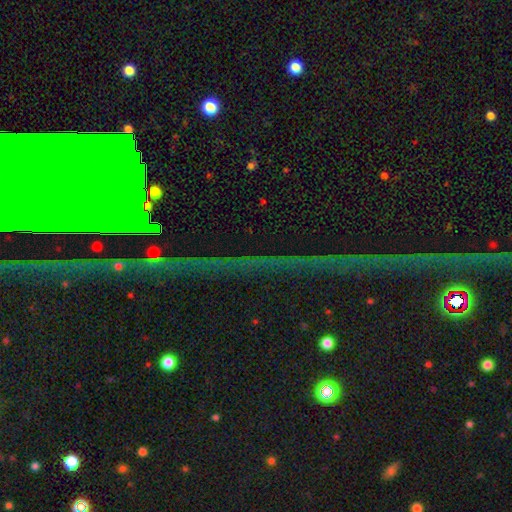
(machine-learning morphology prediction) Smooth or featured? Predicted: star or artifact (p=0.72).